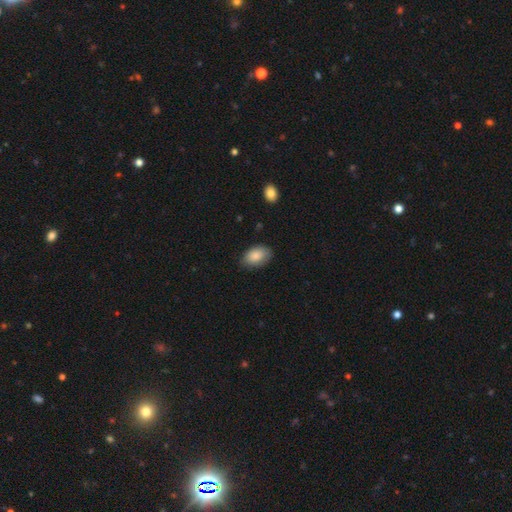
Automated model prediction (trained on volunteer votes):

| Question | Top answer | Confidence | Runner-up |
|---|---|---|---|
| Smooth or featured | smooth | 87% | star or artifact (6%) |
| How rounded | in between | 92% | round (7%) |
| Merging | none | 80% | minor disturbance (16%) |